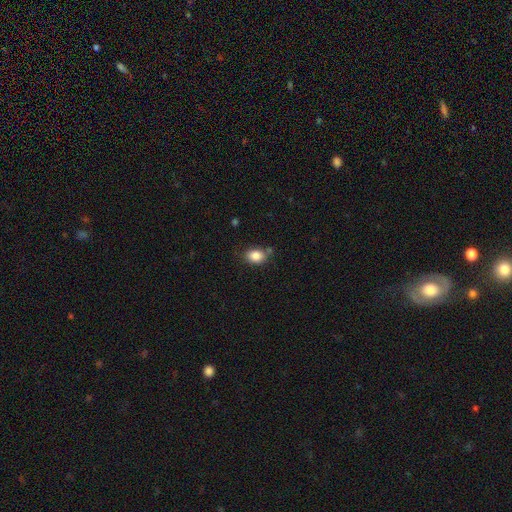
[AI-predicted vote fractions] Q: Smooth or featured?
A: smooth (85%); runner-up: star or artifact (9%)
Q: How rounded?
A: in between (73%); runner-up: round (26%)
Q: Merging?
A: none (73%); runner-up: minor disturbance (16%)